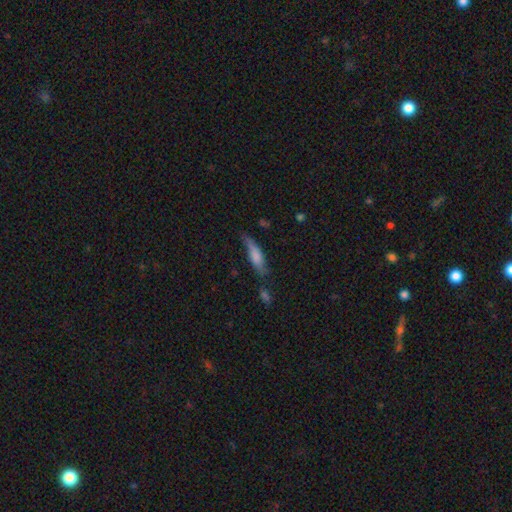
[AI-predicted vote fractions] Morphology: type=smooth (67%); roundness=cigar-shaped (64%); merging=none (52%).